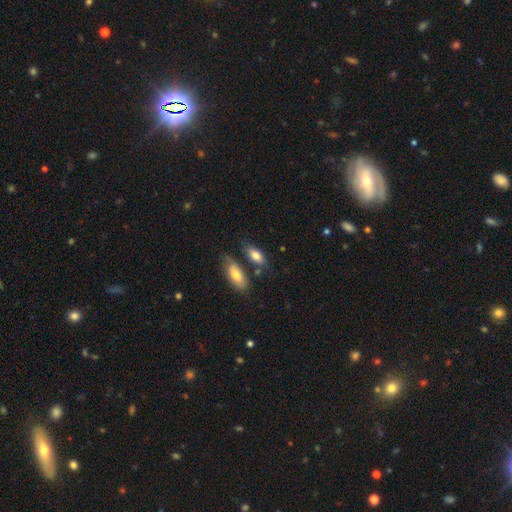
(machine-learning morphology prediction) Q: Smooth or featured?
A: smooth (76%); runner-up: featured or disk (17%)
Q: How rounded?
A: in between (85%); runner-up: cigar-shaped (12%)
Q: Merging?
A: none (60%); runner-up: minor disturbance (18%)